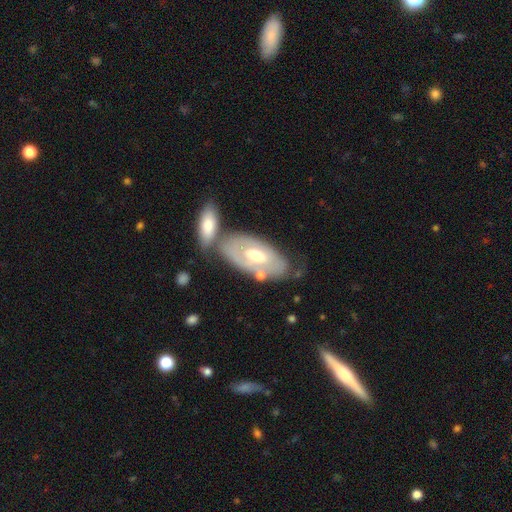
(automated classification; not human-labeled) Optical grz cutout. It shows a featured or disk galaxy (61%) with no bar (64%), no spiral arms (55%) and a moderate central bulge (70%). Merging: none (51%).